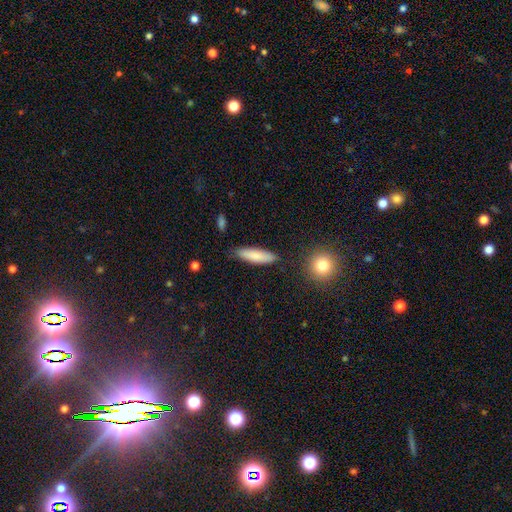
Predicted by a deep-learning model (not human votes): smooth_or_featured: smooth (p=0.82) [alt: featured or disk p=0.12]
how_rounded: cigar-shaped (p=0.63) [alt: in between p=0.35]
merging: none (p=0.84) [alt: minor disturbance p=0.11]